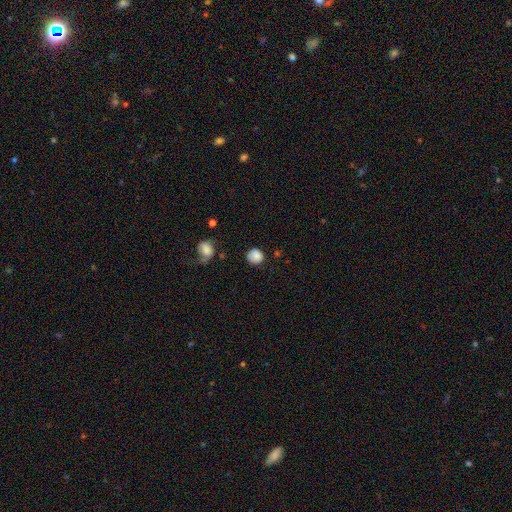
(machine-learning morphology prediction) smooth 85%, star or artifact 9%, featured or disk 6%. Down the decision tree: how rounded — round (88%); merging — none (78%).